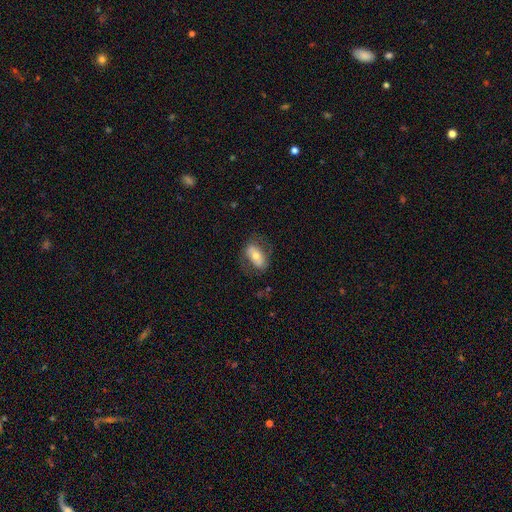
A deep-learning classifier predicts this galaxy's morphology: smooth 54%, featured or disk 39%, star or artifact 7%. Down the decision tree: how rounded — in between (89%); merging — none (69%).